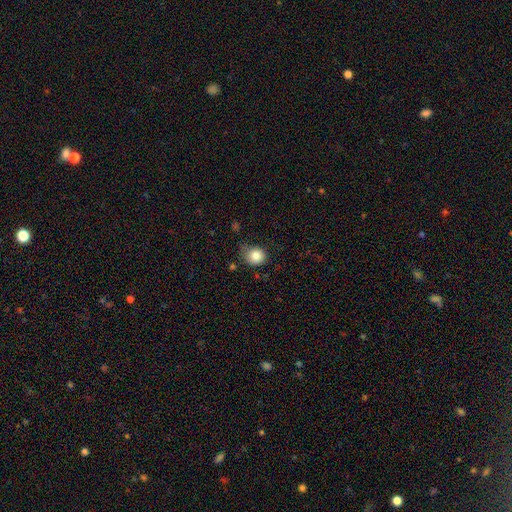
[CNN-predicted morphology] A smooth galaxy with no disk features (83%) that is round (77%).

Vote fractions:
- Smooth or featured? smooth: 83% / star or artifact: 10% / featured or disk: 7%
- How rounded? round: 77% / in between: 22% / cigar-shaped: 1%
- Merging? none: 60% / minor disturbance: 29% / major disturbance: 8% / merger: 3%